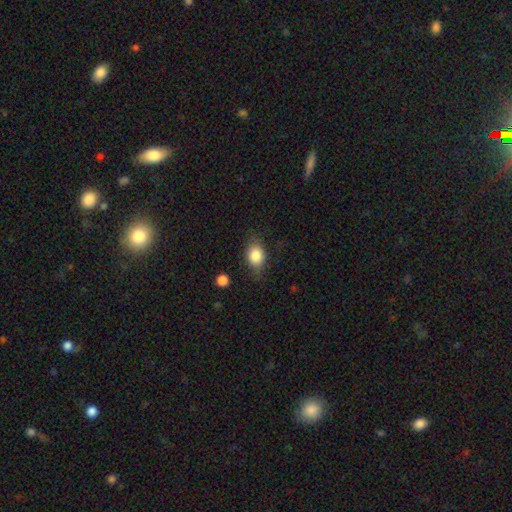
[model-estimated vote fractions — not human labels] Overall: smooth (82%). How rounded: in between (67%; round 31%). Merging: none (73%).